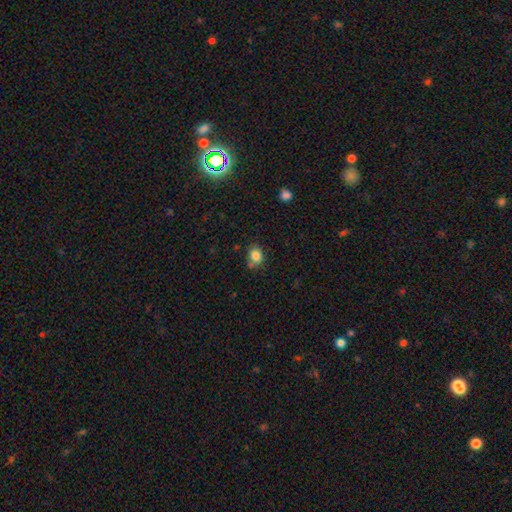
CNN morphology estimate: A smooth galaxy with no disk features (83%) that is round (55%).

Vote fractions:
- Smooth or featured? smooth: 83% / star or artifact: 11% / featured or disk: 6%
- How rounded? round: 55% / in between: 44% / cigar-shaped: 1%
- Merging? none: 64% / minor disturbance: 22% / merger: 9% / major disturbance: 5%